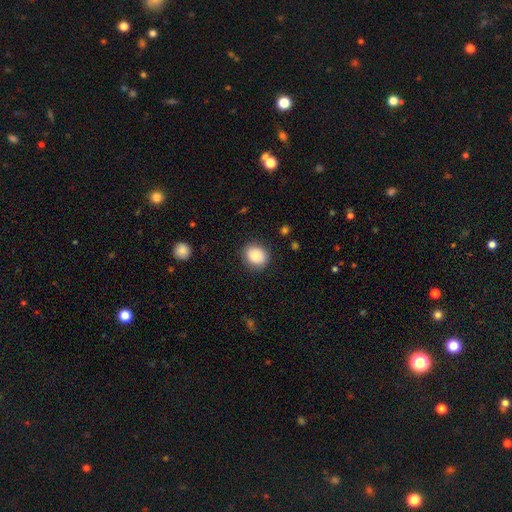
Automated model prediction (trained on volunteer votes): The model was most divided on "how rounded": round: 67%, in between: 32%, cigar-shaped: 1%. More confident: smooth or featured — smooth (87%); merging — none (86%).